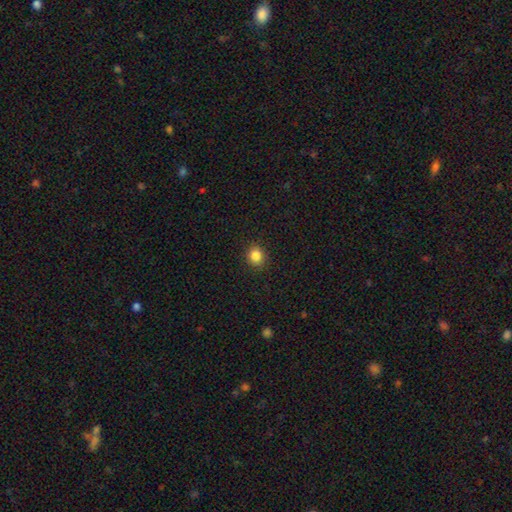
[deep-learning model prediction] smooth_or_featured: smooth (p=0.85) [alt: star or artifact p=0.11]
how_rounded: round (p=0.75) [alt: in between p=0.24]
merging: none (p=0.90) [alt: minor disturbance p=0.07]